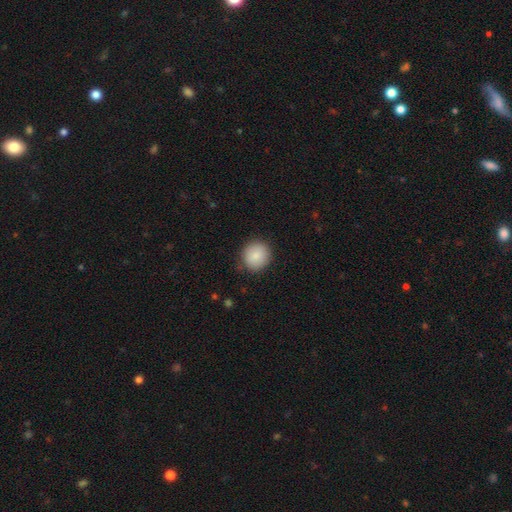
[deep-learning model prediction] Morphology: type=smooth (87%); roundness=round (88%); merging=none (86%).